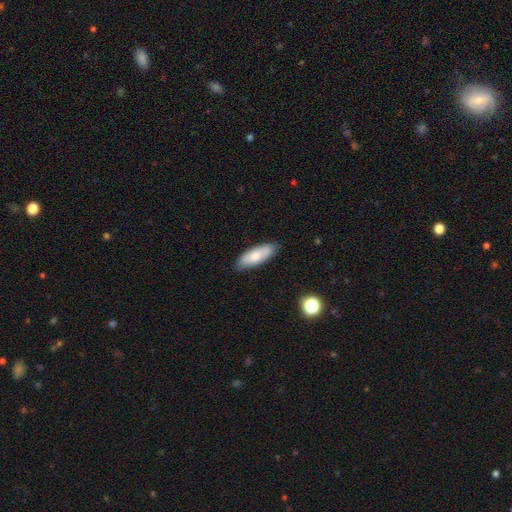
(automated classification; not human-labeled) smooth-or-featured: smooth: 74% | featured or disk: 21% | star or artifact: 6%
  how-rounded: in between: 69% | cigar-shaped: 29% | round: 2%
  merging: none: 84% | minor disturbance: 13% | major disturbance: 2% | merger: 1%